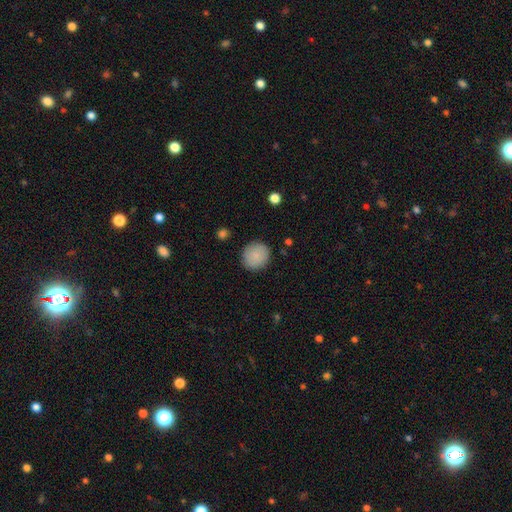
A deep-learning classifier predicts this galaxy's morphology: This is clearly a smooth galaxy (86%). How rounded: clearly round (87%). Merging: clearly none (88%).